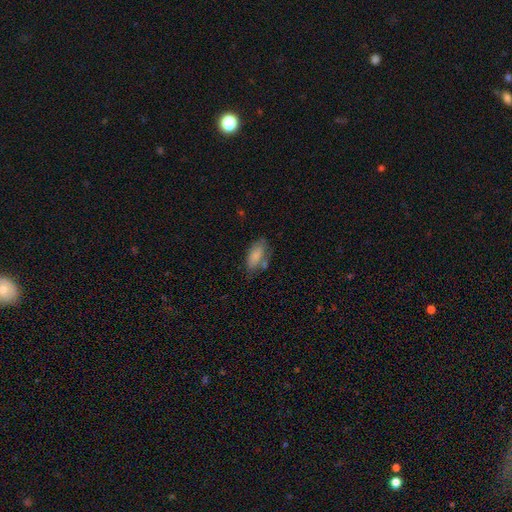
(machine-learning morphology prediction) Smooth or featured?
  - smooth: 81% *
  - featured or disk: 13%
  - star or artifact: 7%
How rounded?
  - in between: 90% *
  - cigar-shaped: 7%
  - round: 3%
Merging?
  - none: 53% *
  - minor disturbance: 25%
  - merger: 14%
  - major disturbance: 8%